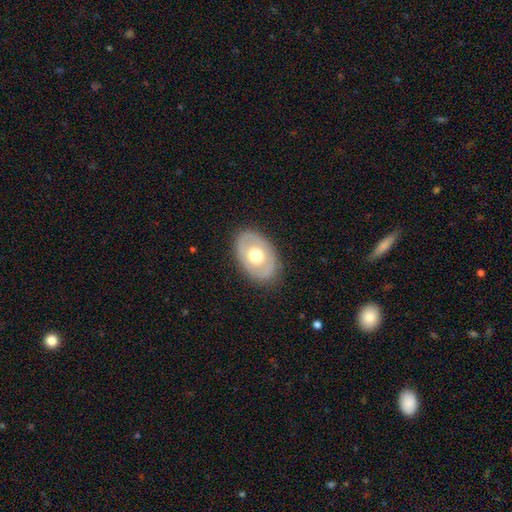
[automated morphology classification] A smooth galaxy with no disk features (51%) that is in between round and cigar-shaped (79%). Merging: none (83%).